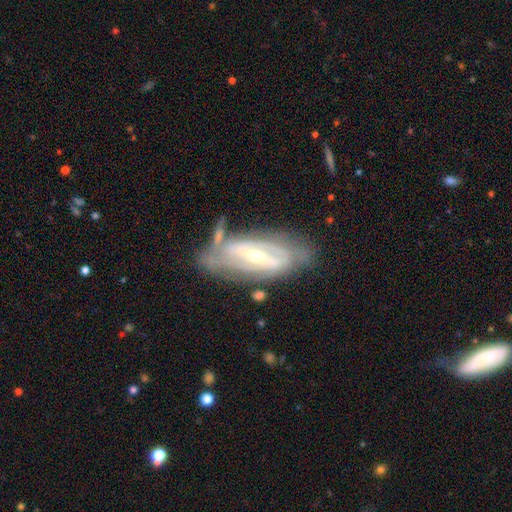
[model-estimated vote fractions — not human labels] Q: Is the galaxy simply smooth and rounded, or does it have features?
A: featured or disk — 85%.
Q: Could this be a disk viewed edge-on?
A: no — 90%.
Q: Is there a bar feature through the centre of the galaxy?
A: strong — 53%.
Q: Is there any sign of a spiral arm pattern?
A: yes — 87%.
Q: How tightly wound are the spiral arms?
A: tight — 57%.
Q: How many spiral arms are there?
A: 2 — 51%.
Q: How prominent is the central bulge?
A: small — 55%.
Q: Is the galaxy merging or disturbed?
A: none — 60%.